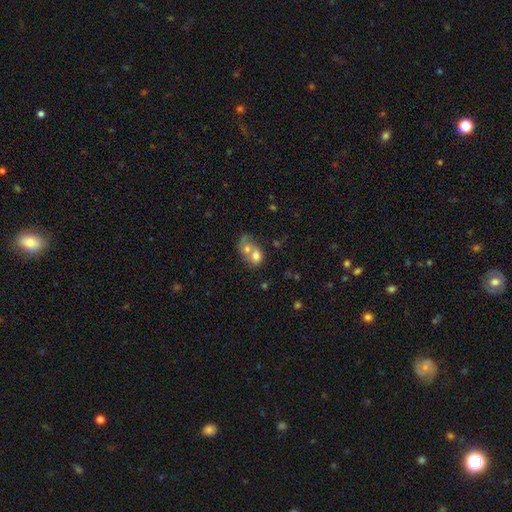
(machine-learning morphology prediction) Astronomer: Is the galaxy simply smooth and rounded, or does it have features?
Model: smooth — 67%.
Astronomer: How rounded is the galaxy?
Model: in between — 53% (runner-up: round, 46%).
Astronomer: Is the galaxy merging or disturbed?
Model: merger — 74%.